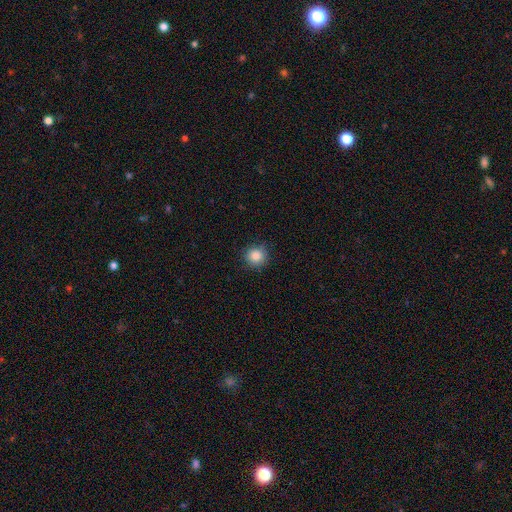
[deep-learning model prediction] smooth_or_featured: smooth (p=0.86) [alt: star or artifact p=0.10]
how_rounded: round (p=0.93) [alt: in between p=0.06]
merging: none (p=0.88) [alt: minor disturbance p=0.09]